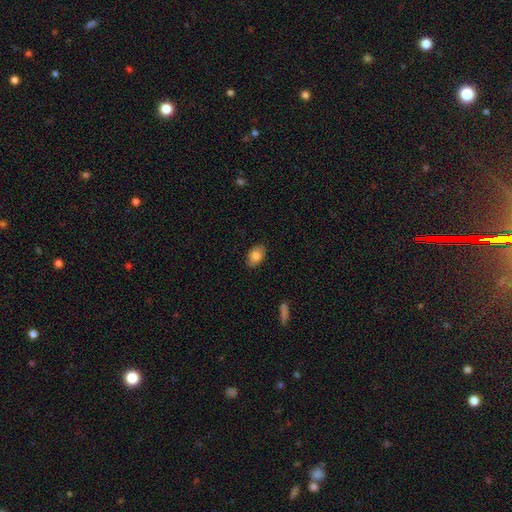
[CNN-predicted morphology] A smooth galaxy with no disk features (83%) that is in between round and cigar-shaped (87%).

Vote fractions:
- Smooth or featured? smooth: 83% / featured or disk: 9% / star or artifact: 7%
- How rounded? in between: 87% / round: 12% / cigar-shaped: 1%
- Merging? none: 85% / minor disturbance: 12% / major disturbance: 2% / merger: 1%